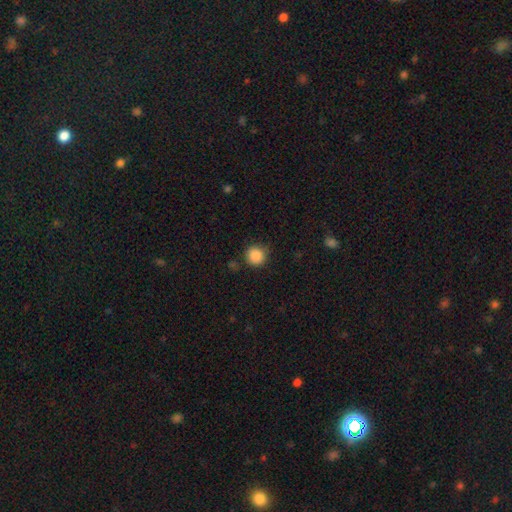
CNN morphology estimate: Smooth or featured?
  - smooth: 87% *
  - star or artifact: 10%
  - featured or disk: 3%
How rounded?
  - round: 93% *
  - in between: 7%
  - cigar-shaped: 1%
Merging?
  - none: 83% *
  - minor disturbance: 11%
  - major disturbance: 3%
  - merger: 2%